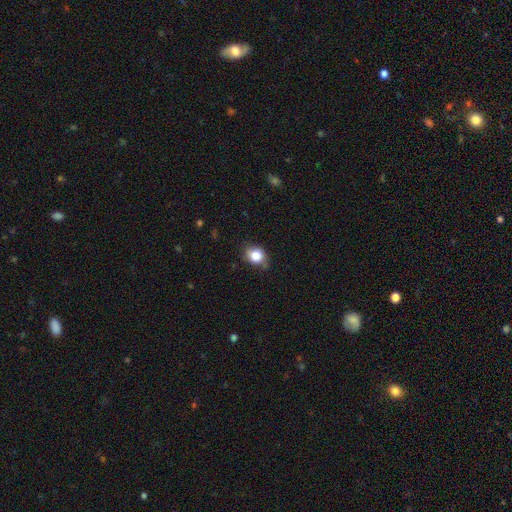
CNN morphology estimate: Q: Smooth or featured?
A: smooth (83%); runner-up: star or artifact (10%)
Q: How rounded?
A: round (64%); runner-up: in between (35%)
Q: Merging?
A: none (72%); runner-up: minor disturbance (22%)